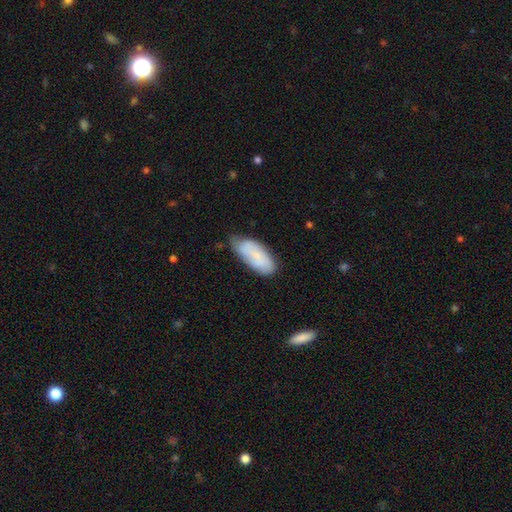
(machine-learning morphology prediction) smooth-or-featured: smooth: 64% | featured or disk: 29% | star or artifact: 7%
  how-rounded: in between: 85% | cigar-shaped: 13% | round: 2%
  merging: none: 59% | minor disturbance: 31% | major disturbance: 6% | merger: 4%